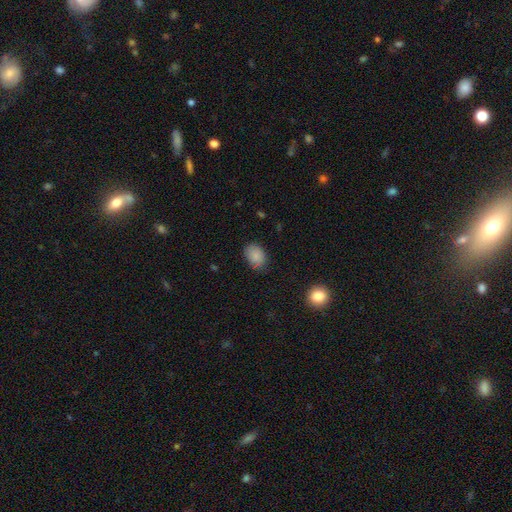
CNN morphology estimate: Smooth or featured?
  - smooth: 86% *
  - star or artifact: 8%
  - featured or disk: 6%
How rounded?
  - in between: 76% *
  - round: 23%
  - cigar-shaped: 1%
Merging?
  - none: 79% *
  - minor disturbance: 16%
  - major disturbance: 3%
  - merger: 1%